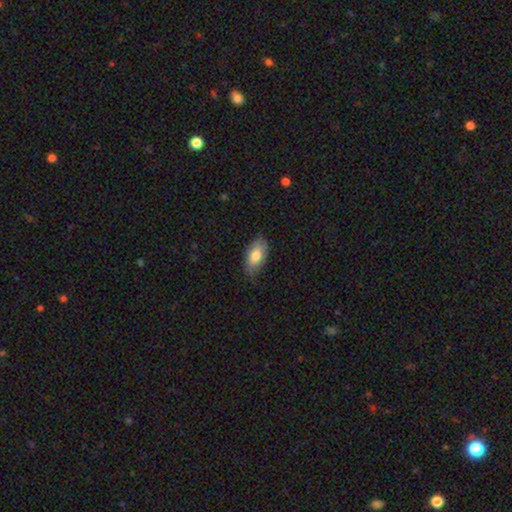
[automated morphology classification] type=smooth (78%); roundness=in between (91%); merging=none (79%).